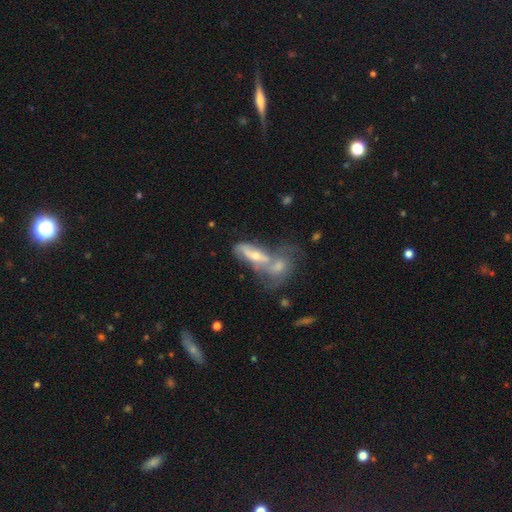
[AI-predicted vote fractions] The model was most divided on "smooth or featured": featured or disk: 59%, smooth: 32%, star or artifact: 9%. More confident: edge-on disk — no (70%); merging — merger (63%).